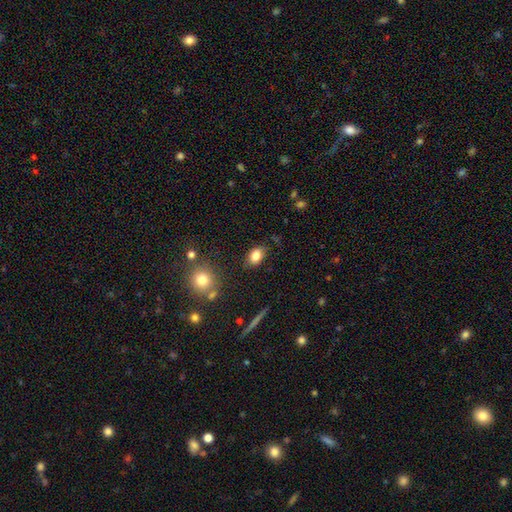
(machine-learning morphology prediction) smooth-or-featured: smooth: 82% | star or artifact: 9% | featured or disk: 8%
  how-rounded: in between: 82% | round: 16% | cigar-shaped: 2%
  merging: none: 81% | minor disturbance: 13% | major disturbance: 3% | merger: 3%